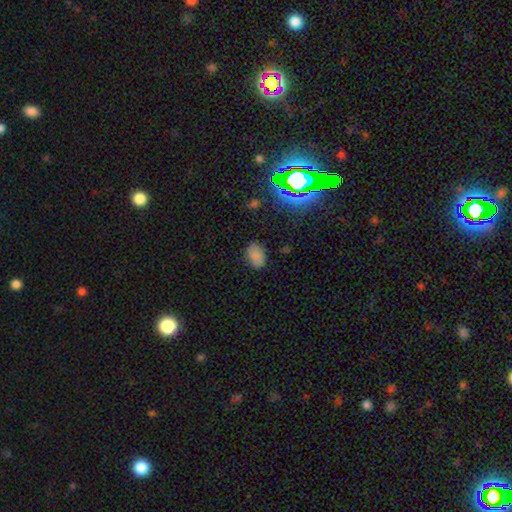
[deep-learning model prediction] This appears to be a smooth galaxy with no disk features (78%) that is in between round and cigar-shaped (88%). Merging: none (81%).